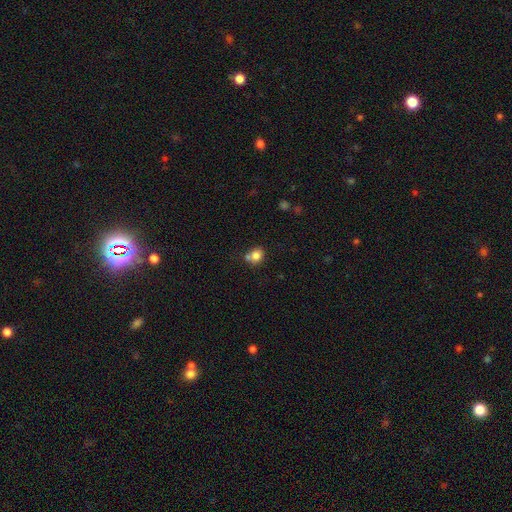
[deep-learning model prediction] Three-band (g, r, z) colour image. It shows a smooth galaxy with no disk features (80%) that is round (71%). Merging: none (54%).